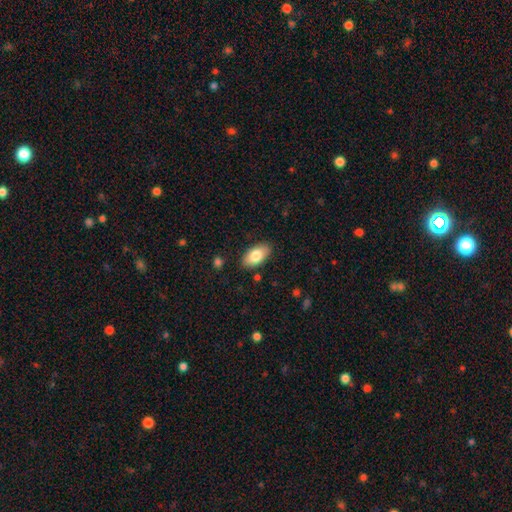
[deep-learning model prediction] smooth_or_featured: smooth (p=0.80) [alt: featured or disk p=0.14]
how_rounded: in between (p=0.94) [alt: round p=0.03]
merging: none (p=0.86) [alt: minor disturbance p=0.10]